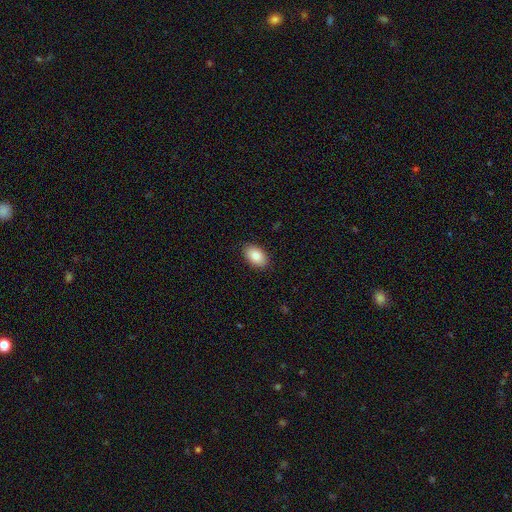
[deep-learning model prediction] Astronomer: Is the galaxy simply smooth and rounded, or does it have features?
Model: smooth — 86%.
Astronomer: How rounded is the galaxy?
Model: in between — 91%.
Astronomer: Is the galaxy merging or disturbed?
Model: none — 89%.